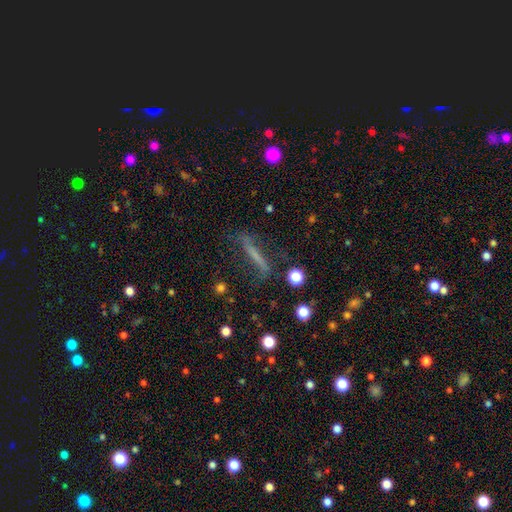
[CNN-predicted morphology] The model was most divided on "smooth or featured": smooth: 45%, featured or disk: 40%, star or artifact: 15%. More confident: merging — none (66%).